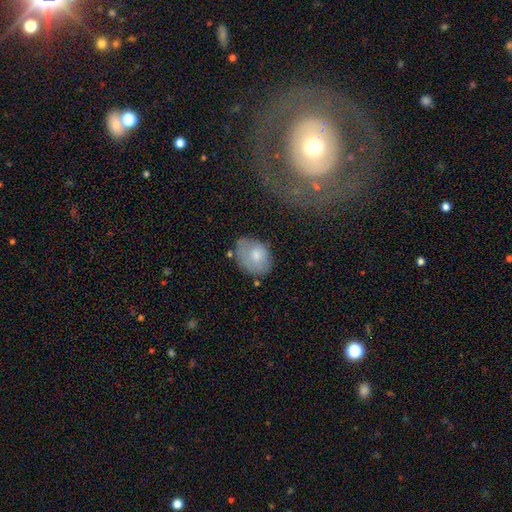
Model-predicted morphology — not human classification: A smooth galaxy with no disk features (72%) that is in between round and cigar-shaped (71%).

Vote fractions:
- Smooth or featured? smooth: 72% / featured or disk: 21% / star or artifact: 7%
- How rounded? in between: 71% / round: 28% / cigar-shaped: 1%
- Merging? none: 57% / minor disturbance: 28% / major disturbance: 9% / merger: 5%